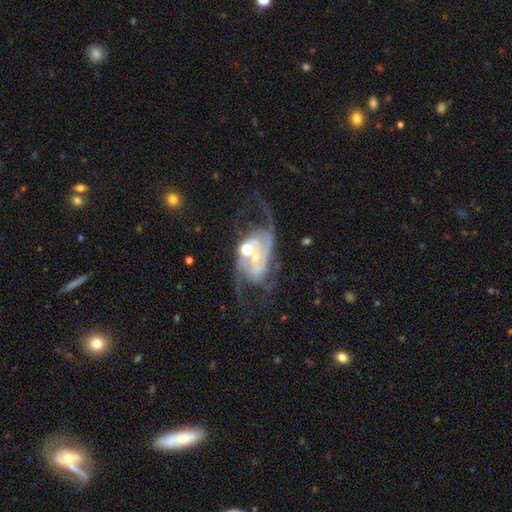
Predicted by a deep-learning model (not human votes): smooth-or-featured: featured or disk: 87% | star or artifact: 7% | smooth: 6%
  disk-edge-on: no: 97% | yes: 3%
    bar: no: 49% | weak: 35% | strong: 16%
    has-spiral-arms: yes: 96% | no: 4%
      spiral-winding: medium: 46% | loose: 34% | tight: 20%
      spiral-arm-count: 2: 78% | can't tell: 7% | 3: 7% | 1: 3% | 4: 3% | more than 4: 2%
    bulge-size: small: 52% | moderate: 38% | none: 4% | large: 4% | dominant: 2%
  merging: none: 47% | major disturbance: 22% | minor disturbance: 16% | merger: 14%